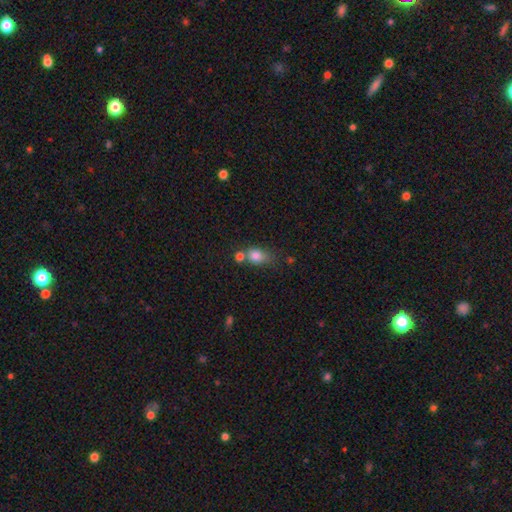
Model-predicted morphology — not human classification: Q: Smooth or featured?
A: smooth (80%); runner-up: star or artifact (11%)
Q: How rounded?
A: in between (62%); runner-up: round (35%)
Q: Merging?
A: none (44%); runner-up: merger (30%)